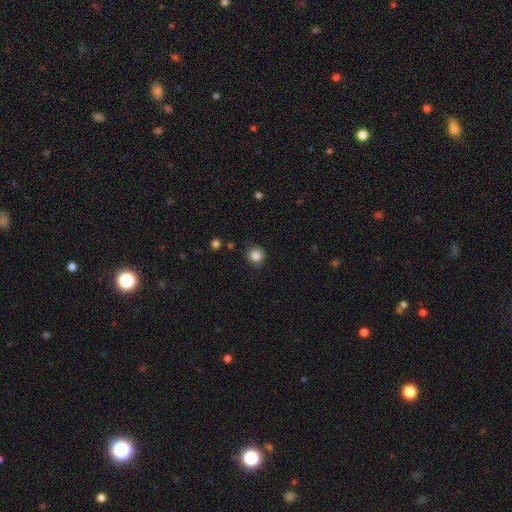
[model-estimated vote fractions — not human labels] Smooth or featured?
  - smooth: 85% *
  - star or artifact: 11%
  - featured or disk: 4%
How rounded?
  - round: 91% *
  - in between: 8%
  - cigar-shaped: 1%
Merging?
  - none: 82% *
  - minor disturbance: 13%
  - major disturbance: 3%
  - merger: 2%